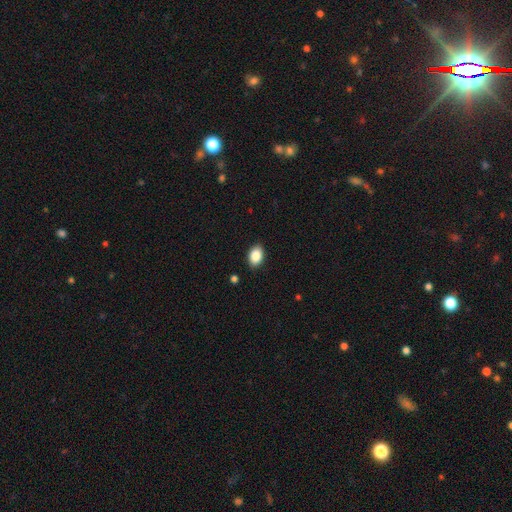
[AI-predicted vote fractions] smooth 87%, star or artifact 8%, featured or disk 5%. Down the decision tree: how rounded — in between (84%); merging — none (89%).